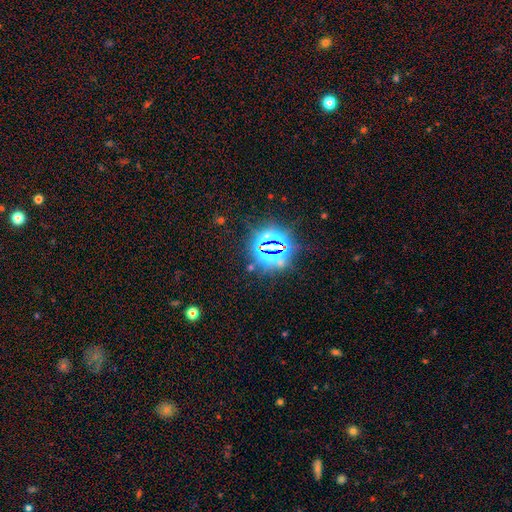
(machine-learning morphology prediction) The model was most divided on "smooth or featured": star or artifact: 81%, smooth: 13%, featured or disk: 7%.